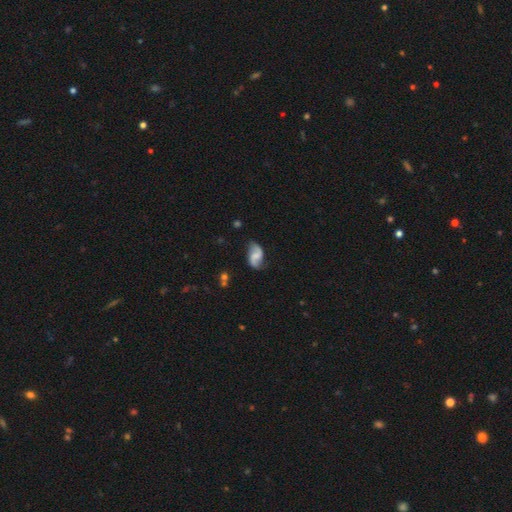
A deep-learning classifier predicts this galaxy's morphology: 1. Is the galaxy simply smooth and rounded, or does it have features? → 75% featured or disk, 18% smooth, 7% star or artifact.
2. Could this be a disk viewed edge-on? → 97% no, 3% yes.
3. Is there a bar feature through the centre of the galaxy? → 44% weak, 43% no, 13% strong.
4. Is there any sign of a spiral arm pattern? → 94% yes, 6% no.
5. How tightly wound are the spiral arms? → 58% loose, 32% medium, 10% tight.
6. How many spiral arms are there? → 91% 2, 4% can't tell, 2% 1, 1% 3, 1% 4, 1% more than 4.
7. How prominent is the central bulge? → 34% small, 30% none, 29% moderate, 5% large, 1% dominant.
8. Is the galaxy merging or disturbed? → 72% none, 19% minor disturbance, 6% major disturbance, 2% merger.